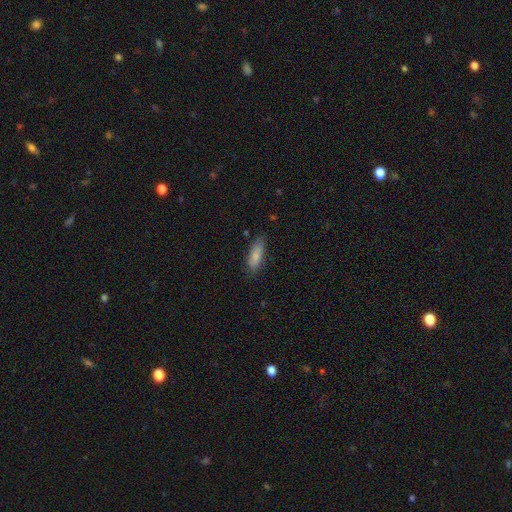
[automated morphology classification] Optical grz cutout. It shows a smooth galaxy with no disk features (81%) that is in between round and cigar-shaped (66%). Merging: none (76%).